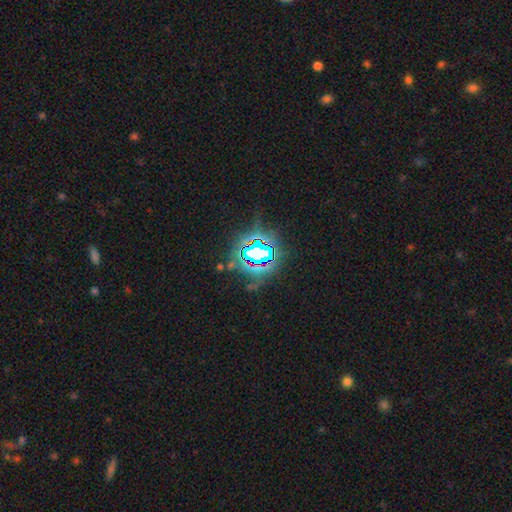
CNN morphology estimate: The model was most divided on "smooth or featured": star or artifact: 83%, smooth: 10%, featured or disk: 7%.